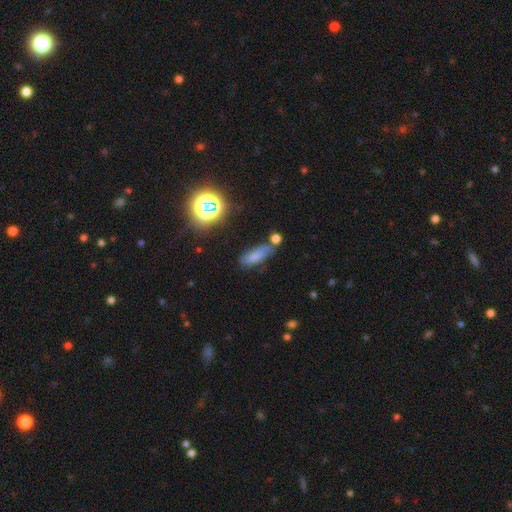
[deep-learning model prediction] Smooth or featured? Predicted: smooth (p=0.59). How rounded? Predicted: in between (p=0.63). Merging? Predicted: none (p=0.53).